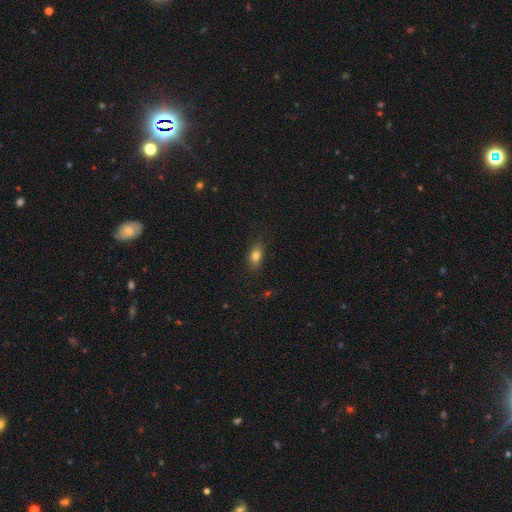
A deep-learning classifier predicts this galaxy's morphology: Smooth or featured: smooth — 78% (featured or disk — 12%)
How rounded: in between — 79% (round — 12%)
Merging: none — 82% (minor disturbance — 13%)